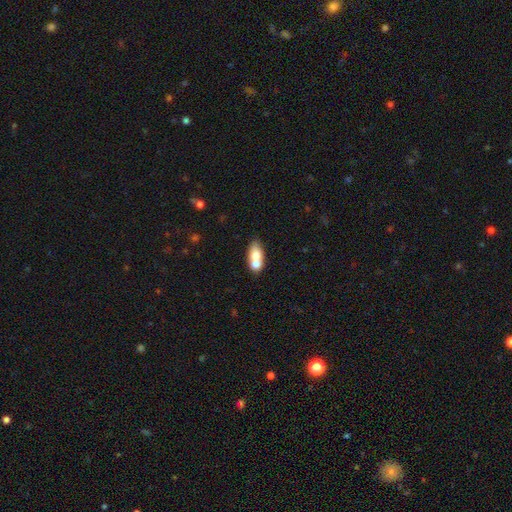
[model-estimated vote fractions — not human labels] smooth 69%, featured or disk 23%, star or artifact 8%. Down the decision tree: how rounded — in between (78%); merging — merger (51%).